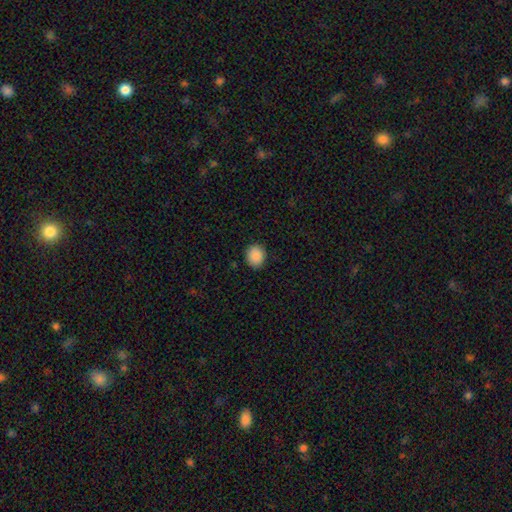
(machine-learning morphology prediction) Smooth or featured? smooth (89%)
How rounded? round (63%)
Merging? none (89%)